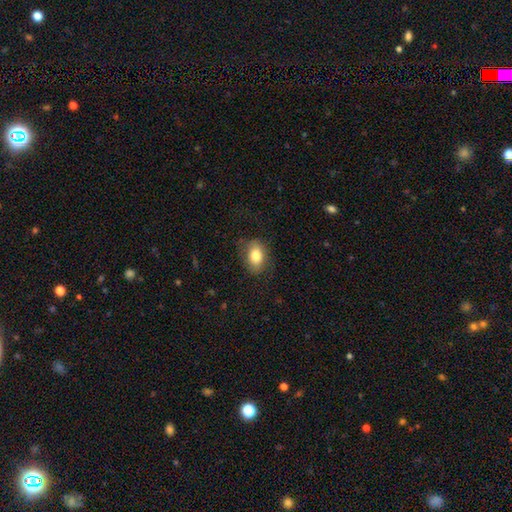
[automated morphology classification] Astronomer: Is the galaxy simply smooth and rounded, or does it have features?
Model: smooth — 81%.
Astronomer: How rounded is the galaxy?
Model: in between — 81%.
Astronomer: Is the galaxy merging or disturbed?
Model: none — 74%.